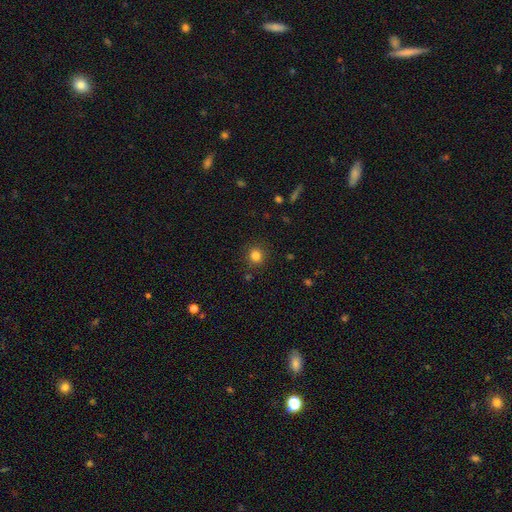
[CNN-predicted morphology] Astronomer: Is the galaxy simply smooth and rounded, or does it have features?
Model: smooth — 82%.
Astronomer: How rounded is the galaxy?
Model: round — 87%.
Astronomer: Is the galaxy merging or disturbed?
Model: none — 88%.